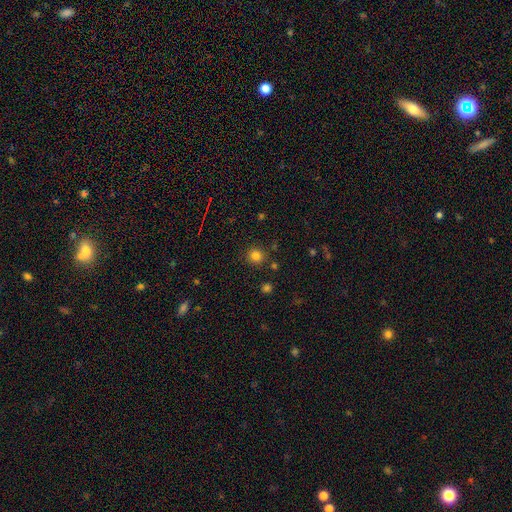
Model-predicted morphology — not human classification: smooth-or-featured: smooth: 82% | star or artifact: 14% | featured or disk: 4%
  how-rounded: round: 91% | in between: 8% | cigar-shaped: 1%
  merging: none: 86% | minor disturbance: 7% | merger: 4% | major disturbance: 3%